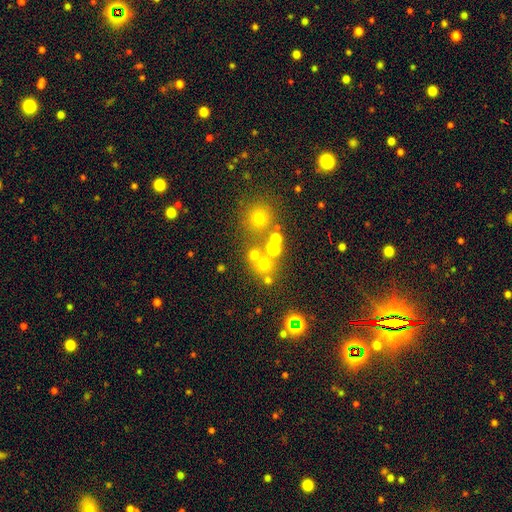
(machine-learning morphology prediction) A smooth galaxy with no disk features (48%). Merging: none (61%).